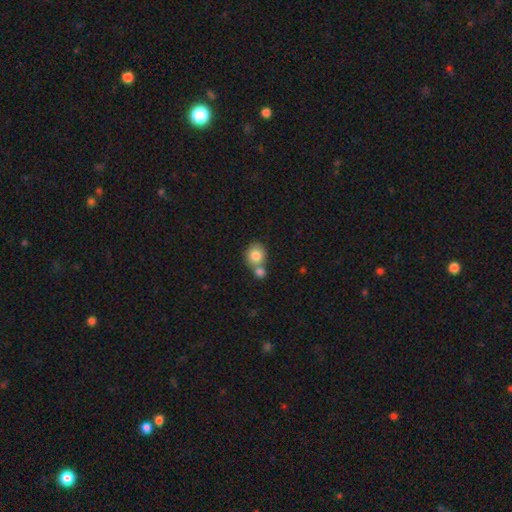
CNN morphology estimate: A smooth galaxy with no disk features (81%) that is round (79%).

Vote fractions:
- Smooth or featured? smooth: 81% / featured or disk: 11% / star or artifact: 8%
- How rounded? round: 79% / in between: 20% / cigar-shaped: 1%
- Merging? merger: 47% / none: 41% / minor disturbance: 9% / major disturbance: 3%